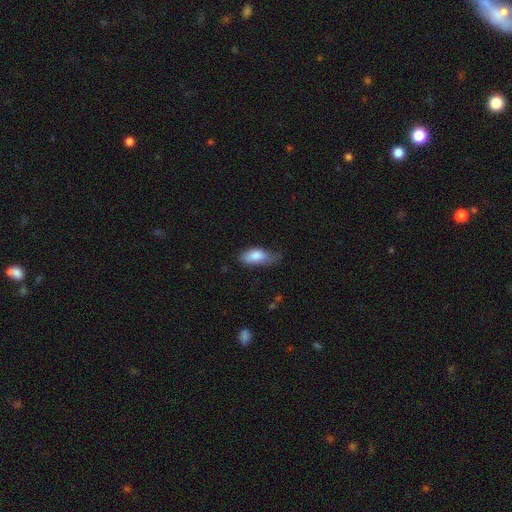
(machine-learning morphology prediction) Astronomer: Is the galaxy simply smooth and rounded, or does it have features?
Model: smooth — 82%.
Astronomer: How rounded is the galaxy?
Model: in between — 87%.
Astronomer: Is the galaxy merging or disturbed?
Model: none — 45% (runner-up: minor disturbance, 41%).